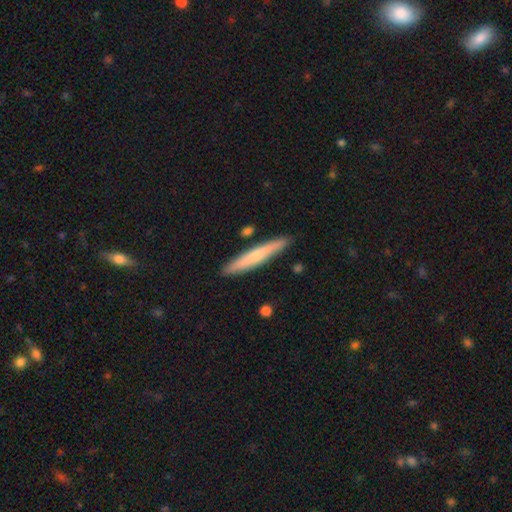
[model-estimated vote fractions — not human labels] Smooth or featured? Predicted: smooth (p=0.63). How rounded? Predicted: cigar-shaped (p=0.94). Merging? Predicted: none (p=0.87).